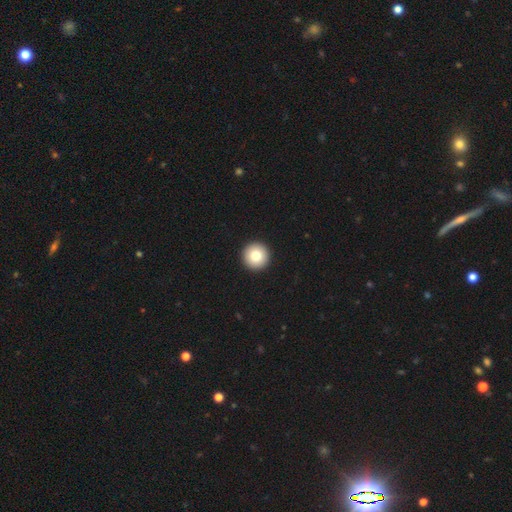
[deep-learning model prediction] smooth_or_featured: smooth (p=0.82) [alt: featured or disk p=0.09]
how_rounded: round (p=0.97) [alt: in between p=0.02]
merging: none (p=0.94) [alt: minor disturbance p=0.03]